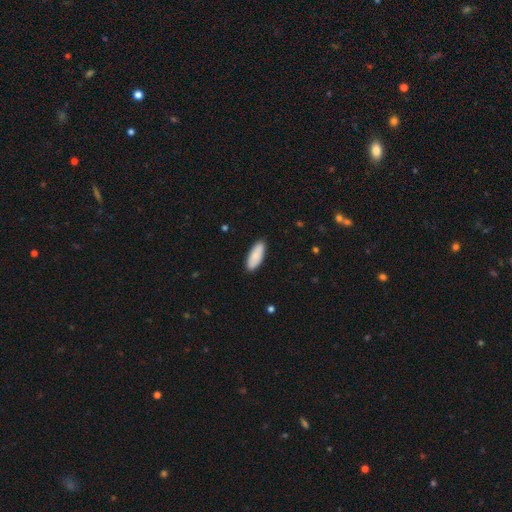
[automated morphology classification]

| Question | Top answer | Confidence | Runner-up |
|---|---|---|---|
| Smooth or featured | smooth | 88% | featured or disk (6%) |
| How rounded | in between | 72% | cigar-shaped (26%) |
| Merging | none | 89% | minor disturbance (9%) |